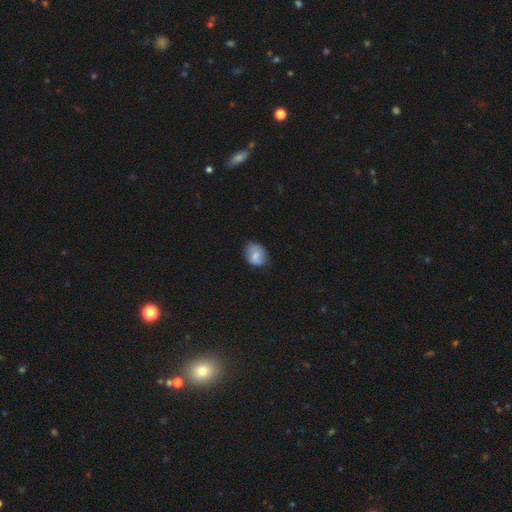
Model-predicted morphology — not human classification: Overall: smooth (72%). How rounded: in between (55%; round 44%). Merging: none (73%).